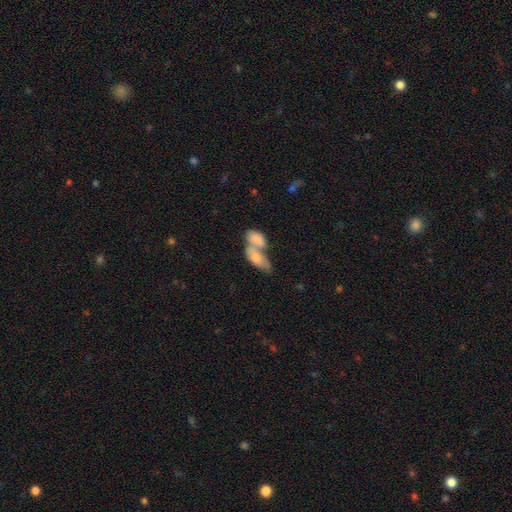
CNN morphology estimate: Overall: smooth (70%). How rounded: in between (89%). Merging: merger (77%).